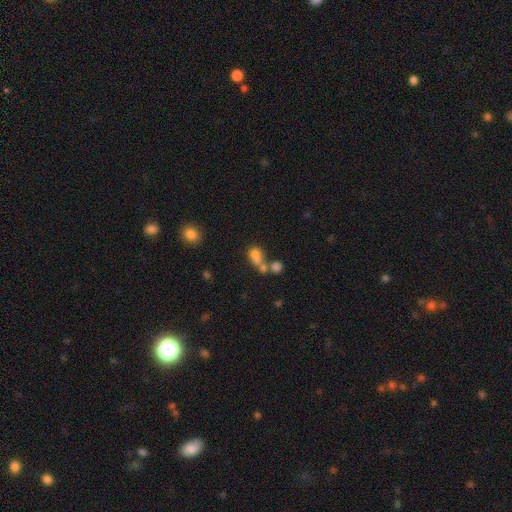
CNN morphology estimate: The model was most divided on "how rounded": round: 52%, in between: 46%, cigar-shaped: 3%. More confident: smooth or featured — smooth (67%); merging — merger (56%).